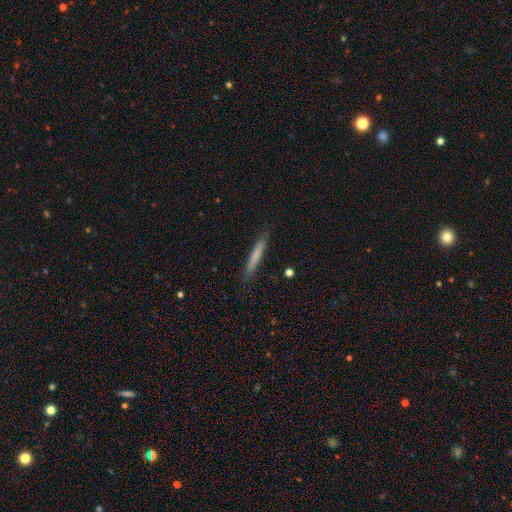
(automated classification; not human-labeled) Overall: smooth (72%). How rounded: cigar-shaped (95%). Merging: none (88%).